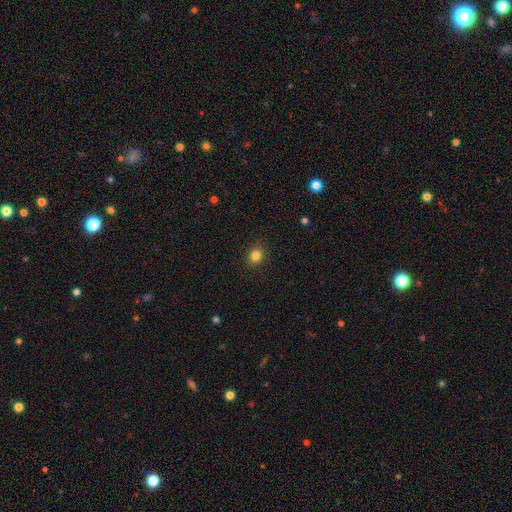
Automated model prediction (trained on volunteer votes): Smooth or featured?
  - smooth: 82% *
  - star or artifact: 12%
  - featured or disk: 5%
How rounded?
  - round: 78% *
  - in between: 21%
  - cigar-shaped: 1%
Merging?
  - none: 90% *
  - minor disturbance: 7%
  - major disturbance: 2%
  - merger: 1%